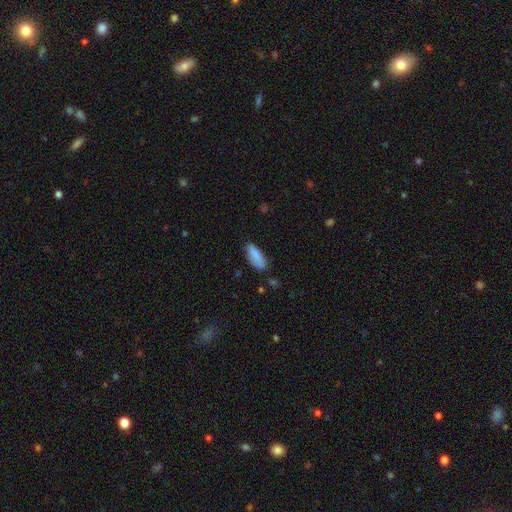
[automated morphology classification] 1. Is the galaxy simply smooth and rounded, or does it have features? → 85% smooth, 9% featured or disk, 7% star or artifact.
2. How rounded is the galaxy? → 73% in between, 25% cigar-shaped, 2% round.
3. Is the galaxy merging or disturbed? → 70% none, 23% minor disturbance, 4% major disturbance, 3% merger.